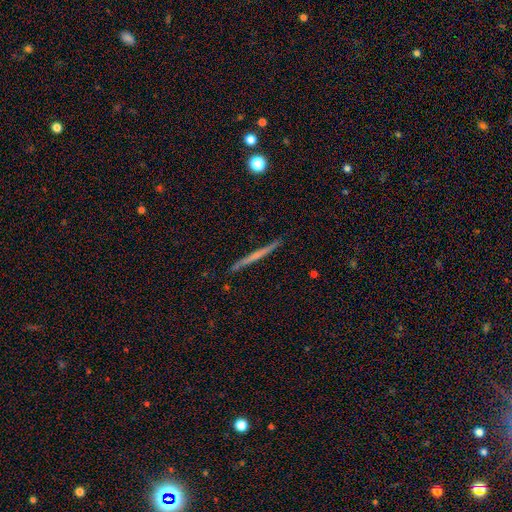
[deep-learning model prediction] featured or disk 63%, smooth 31%, star or artifact 7%. Down the decision tree: edge-on disk — yes (98%); edge-on bulge — none (67%); merging — none (91%).